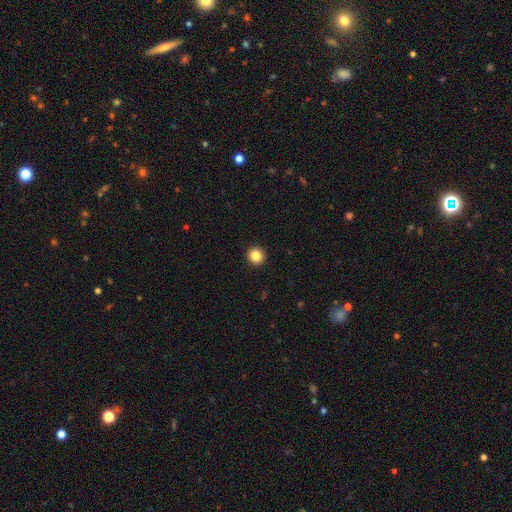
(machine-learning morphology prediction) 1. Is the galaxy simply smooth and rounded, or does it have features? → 85% smooth, 10% star or artifact, 5% featured or disk.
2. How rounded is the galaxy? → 94% round, 5% in between, 1% cigar-shaped.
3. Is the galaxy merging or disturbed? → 93% none, 4% minor disturbance, 1% major disturbance, 1% merger.